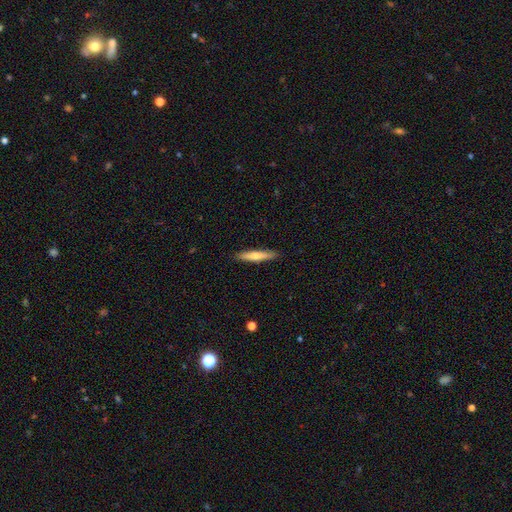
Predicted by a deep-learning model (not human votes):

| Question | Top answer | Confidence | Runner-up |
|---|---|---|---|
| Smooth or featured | smooth | 60% | featured or disk (35%) |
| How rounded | cigar-shaped | 90% | in between (9%) |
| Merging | none | 90% | minor disturbance (7%) |